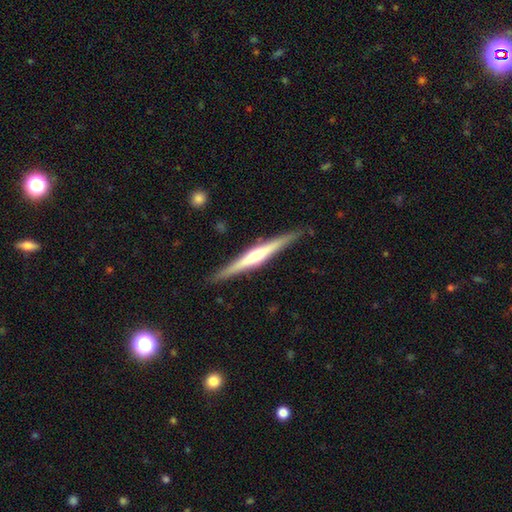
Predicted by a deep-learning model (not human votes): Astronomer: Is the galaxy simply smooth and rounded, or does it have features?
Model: featured or disk — 72%.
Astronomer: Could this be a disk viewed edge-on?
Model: yes — 98%.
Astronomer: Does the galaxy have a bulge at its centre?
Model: rounded — 62%.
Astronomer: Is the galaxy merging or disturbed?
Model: none — 89%.